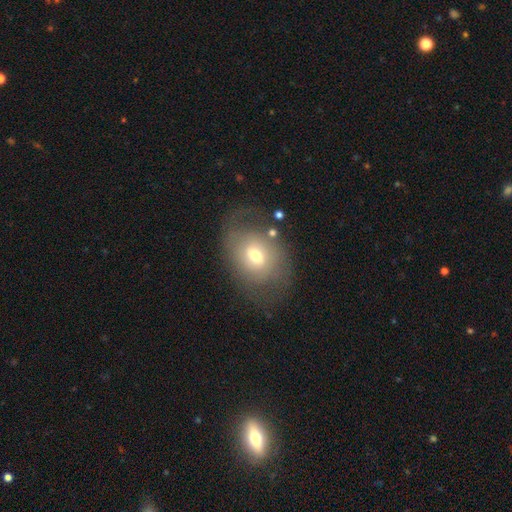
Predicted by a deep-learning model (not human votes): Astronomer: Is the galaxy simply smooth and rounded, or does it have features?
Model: smooth — 48% (runner-up: featured or disk, 41%).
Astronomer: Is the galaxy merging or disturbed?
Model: none — 58%.